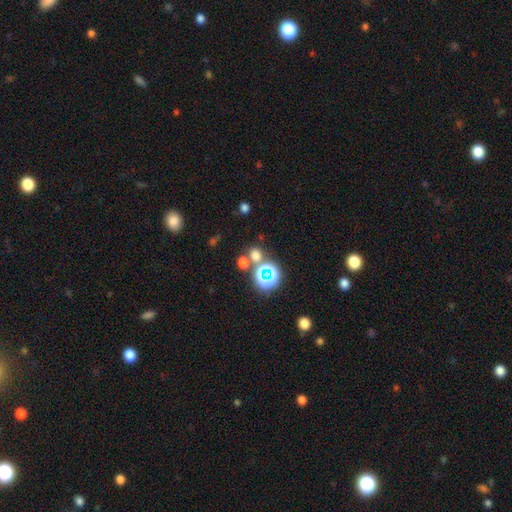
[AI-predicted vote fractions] smooth_or_featured: smooth (p=0.60) [alt: star or artifact p=0.33]
how_rounded: round (p=0.84) [alt: in between p=0.15]
merging: none (p=0.68) [alt: merger p=0.21]